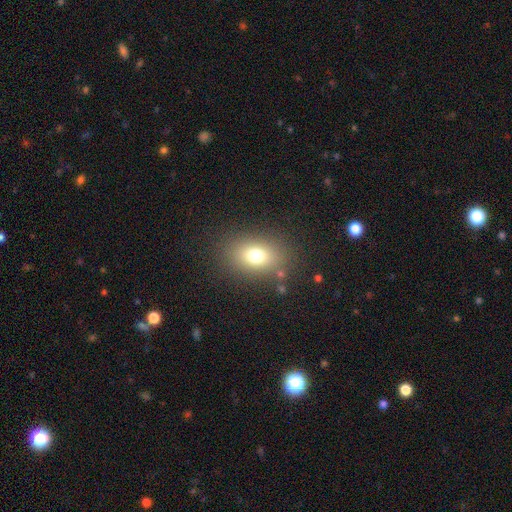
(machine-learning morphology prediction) Smooth or featured? Predicted: smooth (p=0.74). How rounded? Predicted: in between (p=0.72). Merging? Predicted: none (p=0.82).